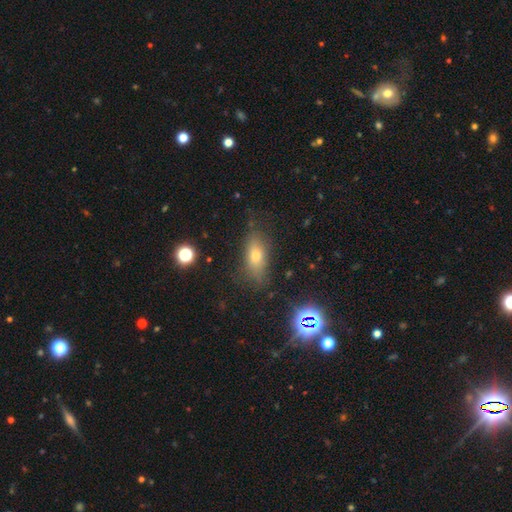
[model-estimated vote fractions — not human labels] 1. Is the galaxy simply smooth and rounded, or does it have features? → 64% smooth, 19% featured or disk, 17% star or artifact.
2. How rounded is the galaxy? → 73% in between, 18% cigar-shaped, 8% round.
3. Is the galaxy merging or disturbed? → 77% none, 16% minor disturbance, 5% major disturbance, 2% merger.